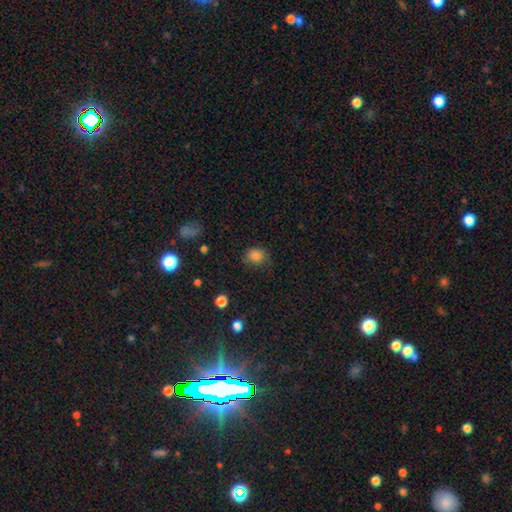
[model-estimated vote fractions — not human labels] Smooth or featured? smooth (83%)
How rounded? round (68%)
Merging? none (70%)